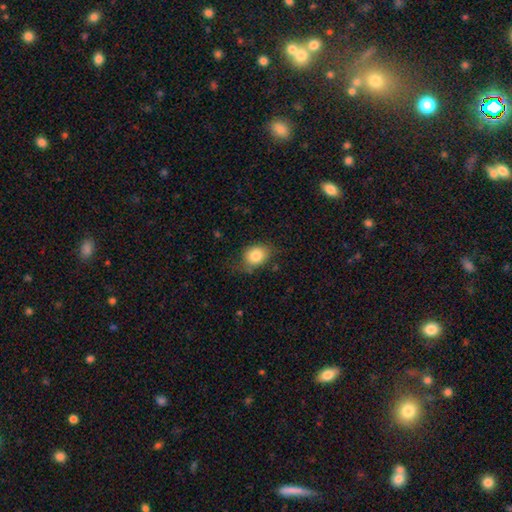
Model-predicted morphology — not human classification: Smooth or featured: smooth — 82% (featured or disk — 10%)
How rounded: in between — 52% (round — 47%)
Merging: none — 65% (minor disturbance — 25%)